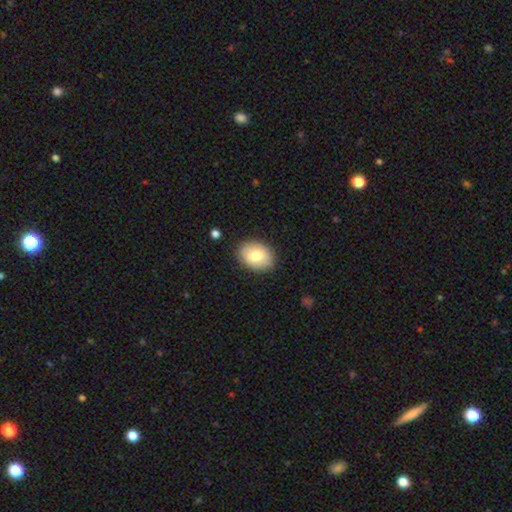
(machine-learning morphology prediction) The model was most divided on "how rounded": in between: 73%, round: 26%, cigar-shaped: 1%. More confident: merging — none (87%); smooth or featured — smooth (79%).